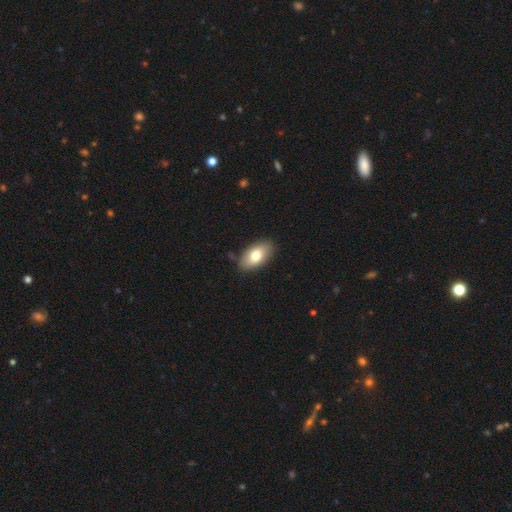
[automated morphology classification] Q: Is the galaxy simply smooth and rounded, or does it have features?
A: smooth — 77%.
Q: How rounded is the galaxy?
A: in between — 92%.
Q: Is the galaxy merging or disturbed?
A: none — 83%.